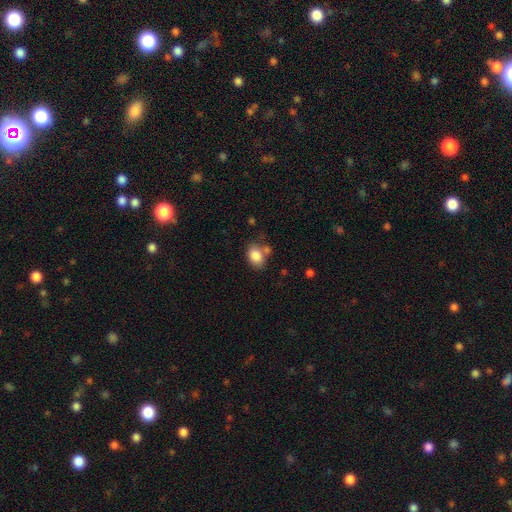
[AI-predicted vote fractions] smooth_or_featured: smooth (p=0.85) [alt: star or artifact p=0.08]
how_rounded: in between (p=0.71) [alt: round p=0.28]
merging: none (p=0.62) [alt: minor disturbance p=0.17]